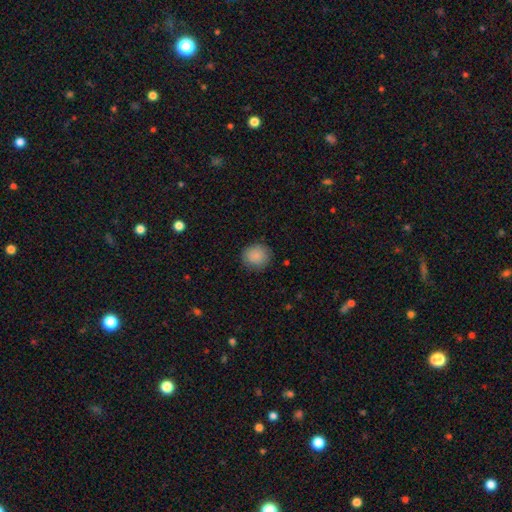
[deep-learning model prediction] The model was most divided on "how rounded": round: 87%, in between: 12%, cigar-shaped: 1%. More confident: smooth or featured — smooth (88%); merging — none (86%).